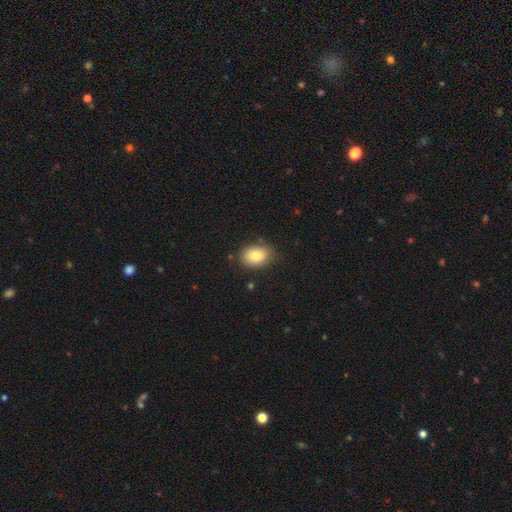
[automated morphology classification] Q: Smooth or featured?
A: smooth (84%); runner-up: featured or disk (8%)
Q: How rounded?
A: in between (77%); runner-up: round (22%)
Q: Merging?
A: none (77%); runner-up: minor disturbance (17%)